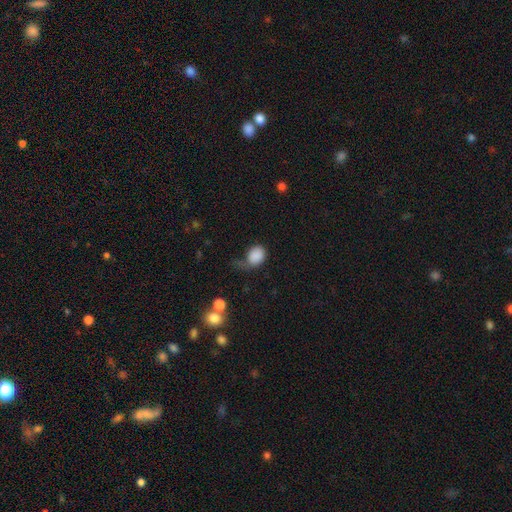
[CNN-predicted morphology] Overall: smooth (85%). How rounded: in between (53%; round 46%). Merging: none (32%, tied with major disturbance).